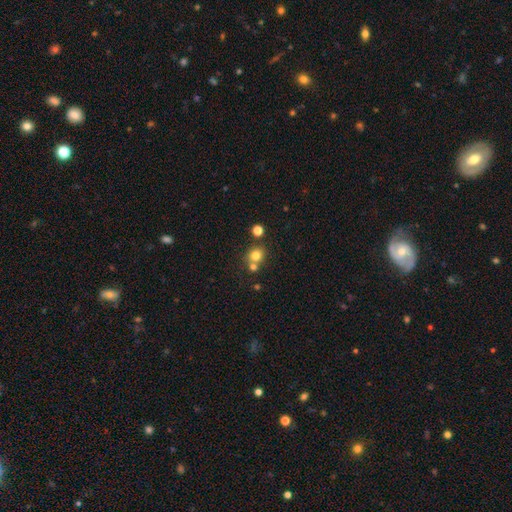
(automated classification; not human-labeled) The model was most divided on "merging": none: 57%, merger: 32%, minor disturbance: 8%, major disturbance: 3%. More confident: how rounded — round (79%); smooth or featured — smooth (77%).